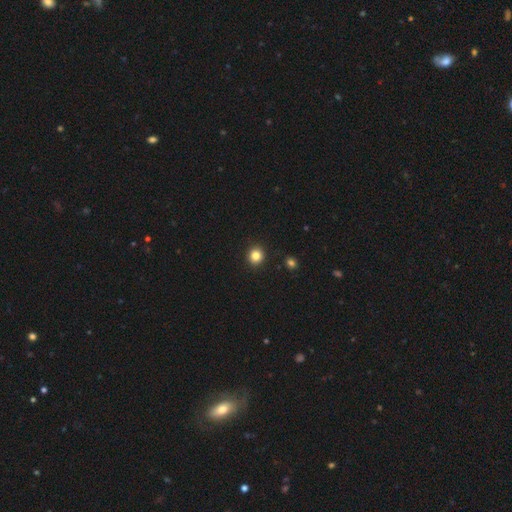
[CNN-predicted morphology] A smooth galaxy with no disk features (83%) that is round (89%).

Vote fractions:
- Smooth or featured? smooth: 83% / star or artifact: 12% / featured or disk: 5%
- How rounded? round: 89% / in between: 10% / cigar-shaped: 1%
- Merging? none: 92% / minor disturbance: 5% / major disturbance: 2% / merger: 1%